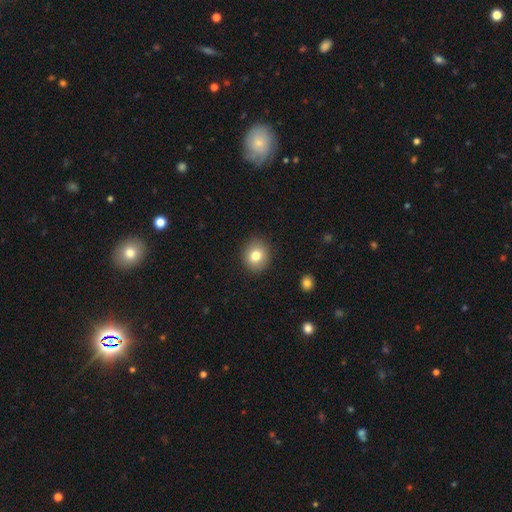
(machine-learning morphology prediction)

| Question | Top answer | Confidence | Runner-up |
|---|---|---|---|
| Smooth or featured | smooth | 80% | star or artifact (10%) |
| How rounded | round | 78% | in between (21%) |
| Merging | none | 90% | minor disturbance (7%) |